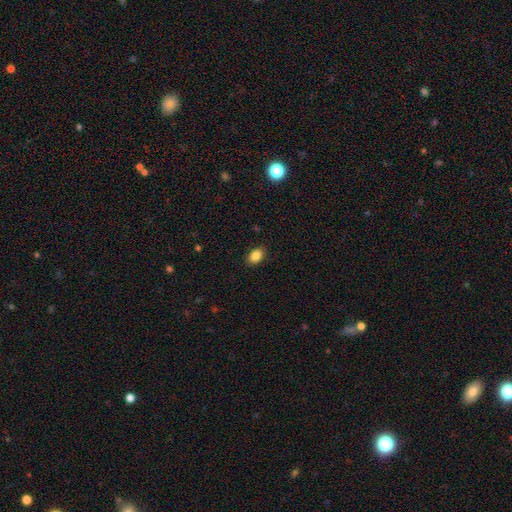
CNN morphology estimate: This appears to be a smooth galaxy with no disk features (86%) that is in between round and cigar-shaped (81%). Merging: none (89%).